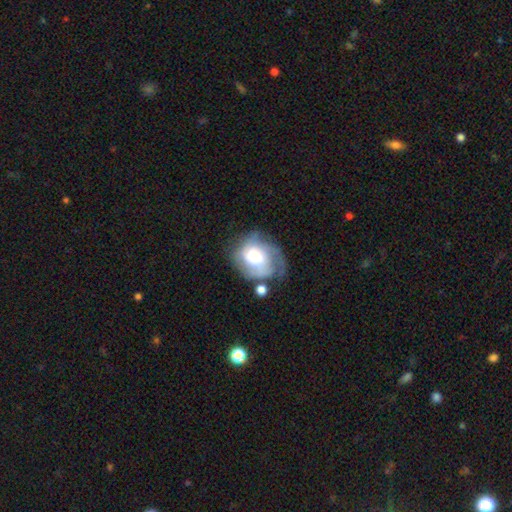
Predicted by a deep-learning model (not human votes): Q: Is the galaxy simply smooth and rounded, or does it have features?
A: featured or disk — 64%.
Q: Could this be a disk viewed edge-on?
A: no — 97%.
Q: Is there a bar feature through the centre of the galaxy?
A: no — 60%.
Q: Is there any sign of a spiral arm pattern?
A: yes — 82%.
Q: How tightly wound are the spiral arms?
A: tight — 46%.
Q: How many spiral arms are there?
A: can't tell — 36%.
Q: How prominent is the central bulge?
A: moderate — 48%.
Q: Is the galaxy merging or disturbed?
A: none — 43%.